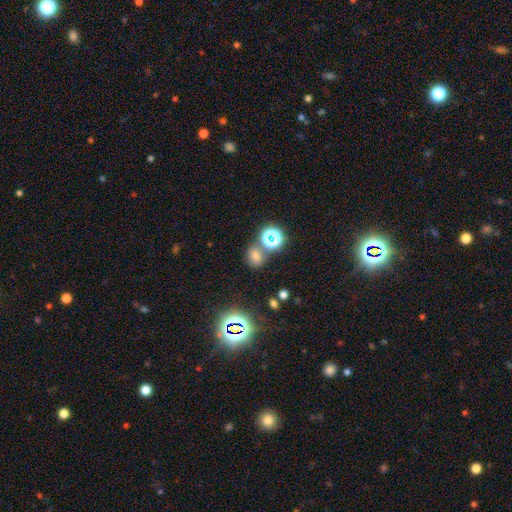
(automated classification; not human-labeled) Smooth or featured: smooth — 51% (star or artifact — 39%)
How rounded: round — 67% (in between — 32%)
Merging: none — 72% (merger — 15%)